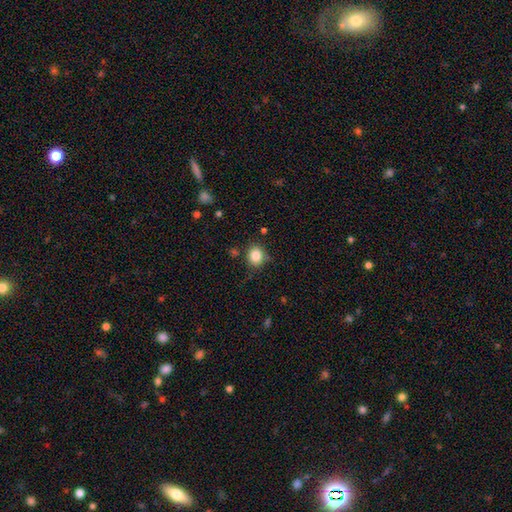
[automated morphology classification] Q: Smooth or featured?
A: smooth (84%); runner-up: star or artifact (10%)
Q: How rounded?
A: round (73%); runner-up: in between (26%)
Q: Merging?
A: none (79%); runner-up: minor disturbance (14%)